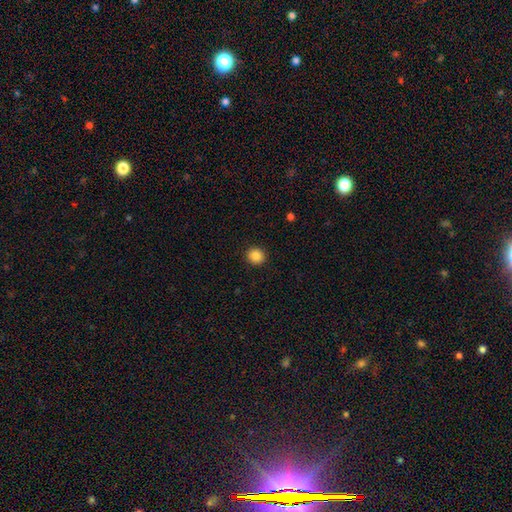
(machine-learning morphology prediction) smooth-or-featured: smooth: 87% | star or artifact: 10% | featured or disk: 3%
  how-rounded: round: 89% | in between: 10% | cigar-shaped: 1%
  merging: none: 92% | minor disturbance: 5% | major disturbance: 2% | merger: 1%